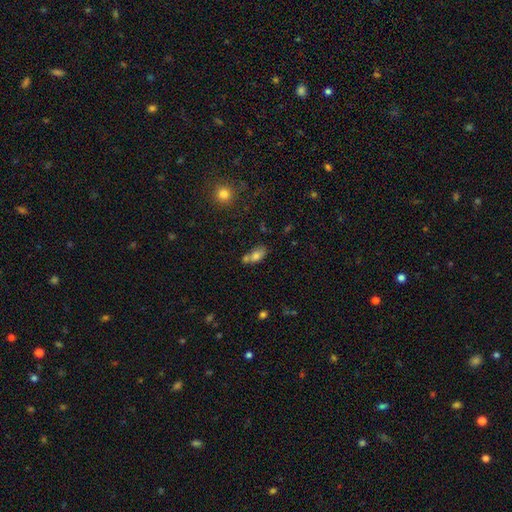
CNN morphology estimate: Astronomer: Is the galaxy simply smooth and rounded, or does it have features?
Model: smooth — 74%.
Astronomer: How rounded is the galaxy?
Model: in between — 83%.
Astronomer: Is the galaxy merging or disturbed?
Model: merger — 41% (runner-up: none, 39%).